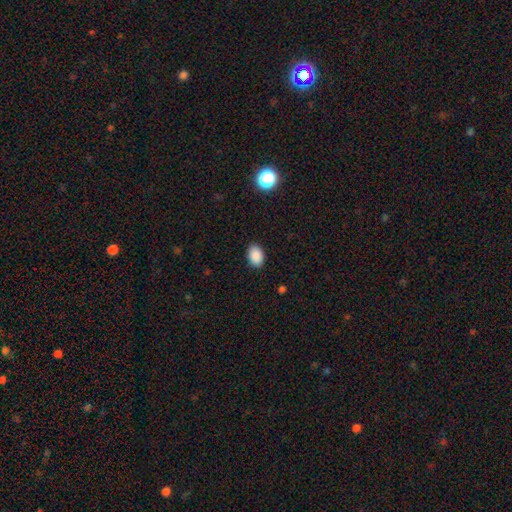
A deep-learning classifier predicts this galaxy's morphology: The model was most divided on "how rounded": in between: 85%, round: 14%, cigar-shaped: 1%. More confident: smooth or featured — smooth (89%); merging — none (88%).